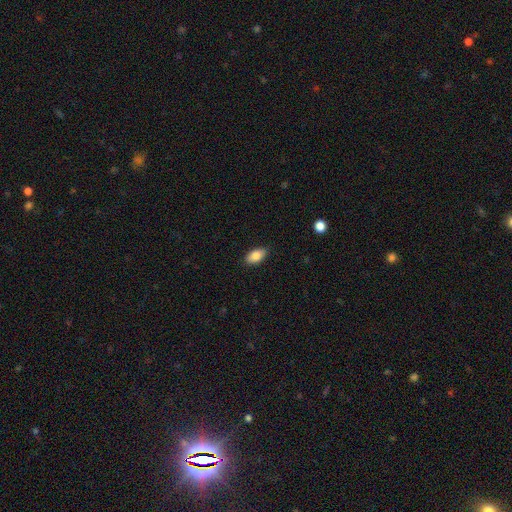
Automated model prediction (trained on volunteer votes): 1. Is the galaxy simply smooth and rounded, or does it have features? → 84% smooth, 9% featured or disk, 7% star or artifact.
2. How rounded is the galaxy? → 92% in between, 4% round, 4% cigar-shaped.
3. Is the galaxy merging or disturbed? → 86% none, 11% minor disturbance, 2% major disturbance, 1% merger.